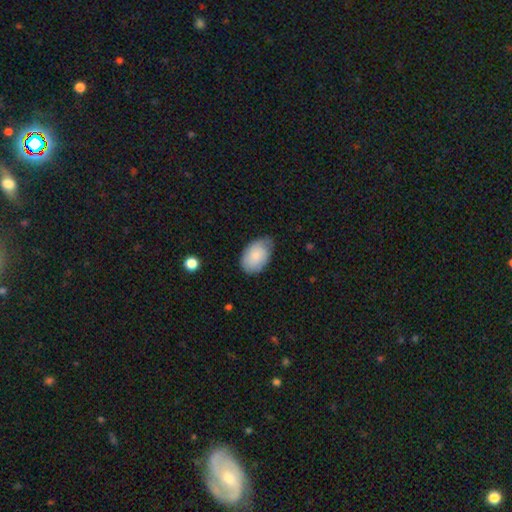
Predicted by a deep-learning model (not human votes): This appears to be a smooth galaxy with no disk features (73%) that is in between round and cigar-shaped (88%). Merging: none (59%).